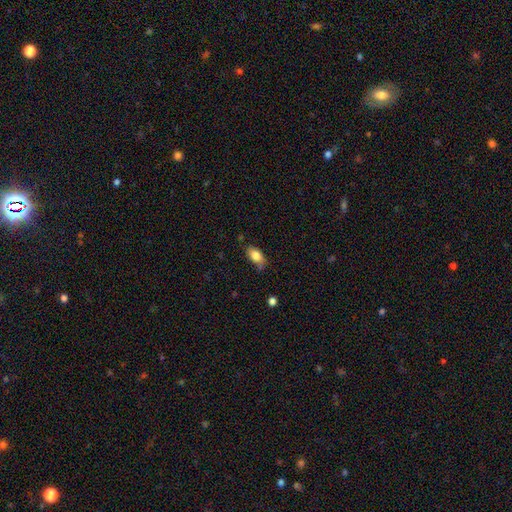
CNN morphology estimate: smooth_or_featured: smooth (p=0.82) [alt: featured or disk p=0.10]
how_rounded: in between (p=0.89) [alt: round p=0.06]
merging: none (p=0.71) [alt: minor disturbance p=0.22]